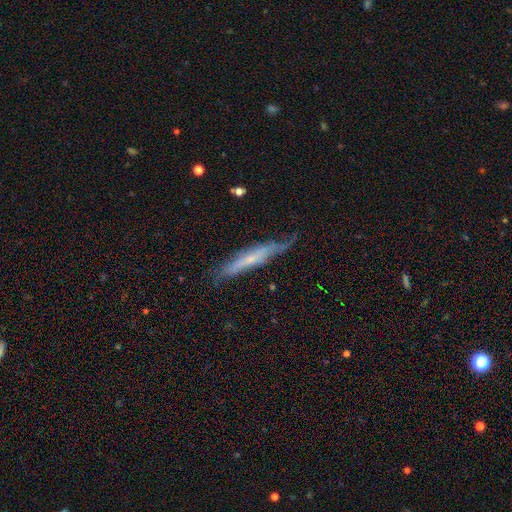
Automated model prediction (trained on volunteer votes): Smooth or featured? featured or disk (53%)
Edge-on disk? yes (83%)
Merging? none (69%)